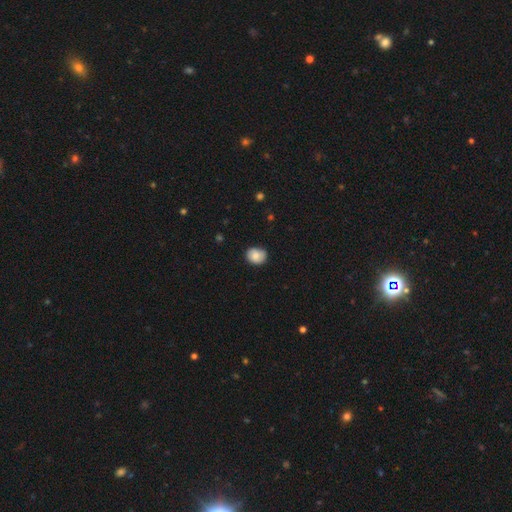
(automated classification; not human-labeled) Smooth or featured: smooth — 81% (featured or disk — 11%)
How rounded: round — 61% (in between — 38%)
Merging: none — 79% (minor disturbance — 17%)